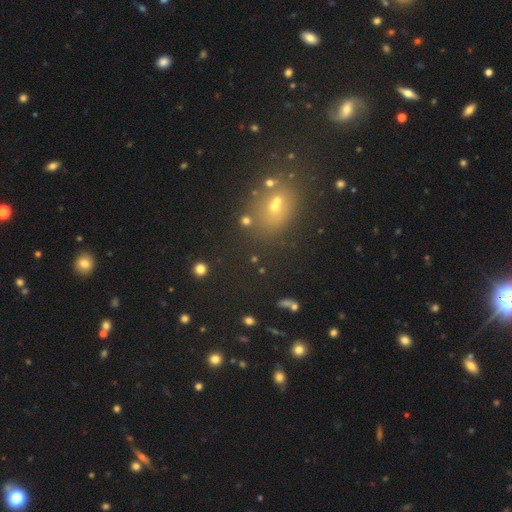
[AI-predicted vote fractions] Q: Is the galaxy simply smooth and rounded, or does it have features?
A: smooth — 48%.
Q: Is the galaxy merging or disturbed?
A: none — 74%.